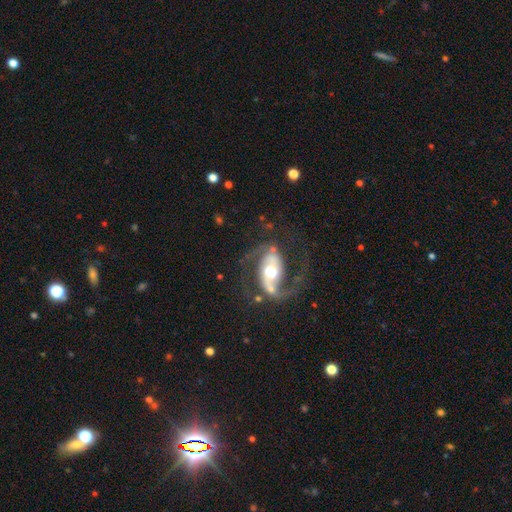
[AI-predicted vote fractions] Smooth or featured?
  - featured or disk: 88% *
  - smooth: 6%
  - star or artifact: 6%
Edge-on disk?
  - no: 96% *
  - yes: 4%
Bar?
  - strong: 38% *
  - no: 32%
  - weak: 30%
Spiral arms?
  - yes: 94% *
  - no: 6%
Spiral winding?
  - medium: 52% *
  - loose: 29%
  - tight: 19%
Spiral arm count?
  - 2: 89% *
  - 1: 4%
  - can't tell: 3%
  - 3: 2%
  - 4: 1%
  - more than 4: 1%
Bulge size?
  - moderate: 61% *
  - small: 23%
  - large: 12%
  - dominant: 2%
  - none: 1%
Merging?
  - none: 68% *
  - major disturbance: 15%
  - minor disturbance: 14%
  - merger: 3%